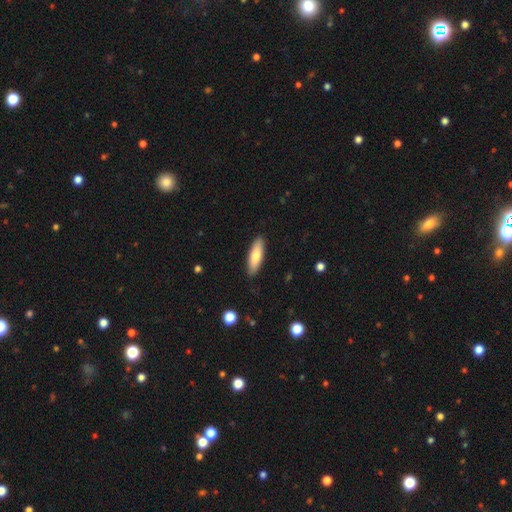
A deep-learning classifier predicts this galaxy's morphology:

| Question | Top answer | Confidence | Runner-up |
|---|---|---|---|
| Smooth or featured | smooth | 79% | featured or disk (16%) |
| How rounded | cigar-shaped | 53% | in between (46%) |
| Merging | none | 89% | minor disturbance (8%) |